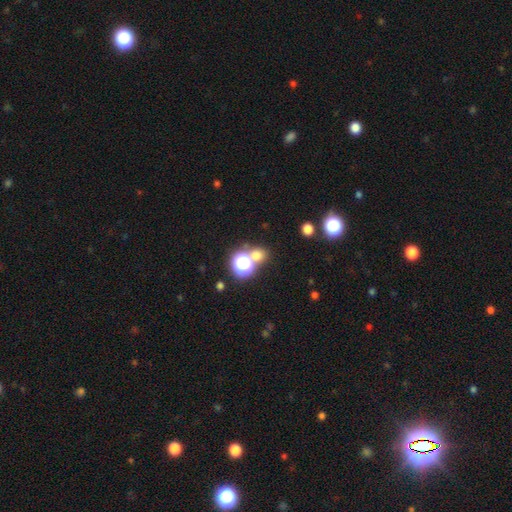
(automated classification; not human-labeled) This is likely a smooth galaxy (63%). How rounded: clearly round (82%). Merging: likely none (61%).